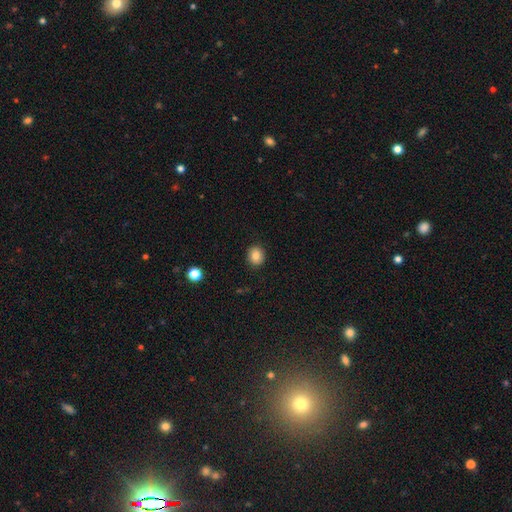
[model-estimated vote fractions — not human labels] smooth_or_featured: smooth (p=0.83) [alt: star or artifact p=0.10]
how_rounded: round (p=0.78) [alt: in between p=0.21]
merging: none (p=0.90) [alt: minor disturbance p=0.07]